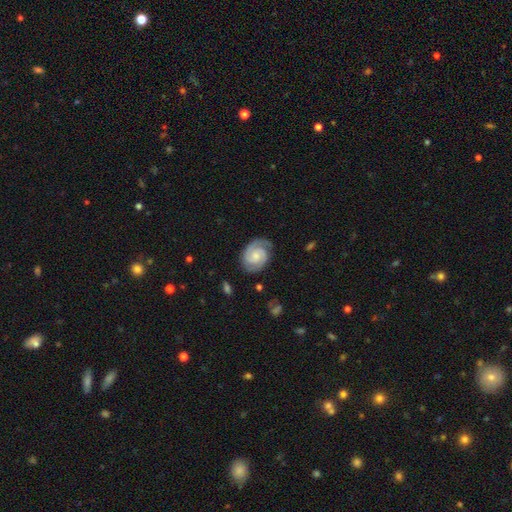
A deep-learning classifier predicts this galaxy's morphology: Smooth or featured? Predicted: featured or disk (p=0.85). Edge-on disk? Predicted: no (p=0.98). Bar? Predicted: no (p=0.59). Spiral arms? Predicted: yes (p=0.97). Spiral winding? Predicted: tight (p=0.61). Spiral arm count? Predicted: 2 (p=0.86). Bulge size? Predicted: small (p=0.42). Merging? Predicted: none (p=0.78).